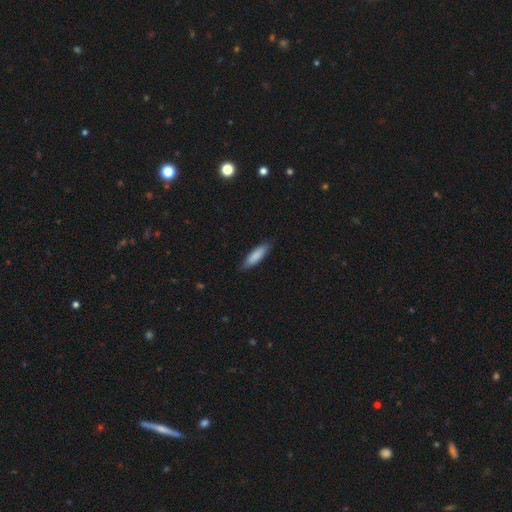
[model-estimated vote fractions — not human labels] Morphology: type=smooth (84%); roundness=cigar-shaped (64%); merging=none (83%).